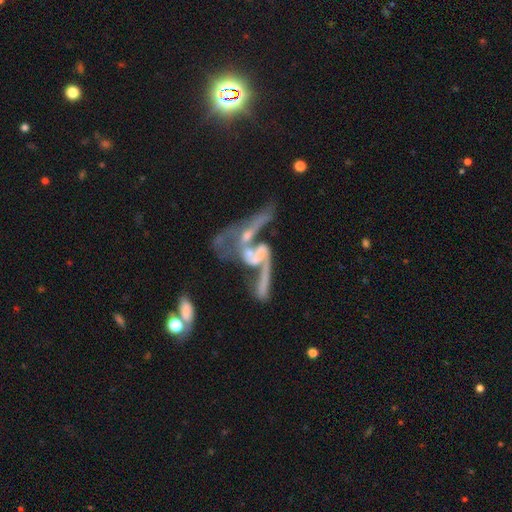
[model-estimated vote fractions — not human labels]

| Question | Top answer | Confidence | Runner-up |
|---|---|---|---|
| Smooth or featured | featured or disk | 79% | smooth (11%) |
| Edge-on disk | no | 92% | yes (8%) |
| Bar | no | 61% | weak (27%) |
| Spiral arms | yes | 72% | no (28%) |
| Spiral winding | loose | 69% | medium (23%) |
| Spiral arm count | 2 | 64% | 1 (17%) |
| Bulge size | small | 39% | none (33%) |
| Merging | merger | 62% | major disturbance (20%) |